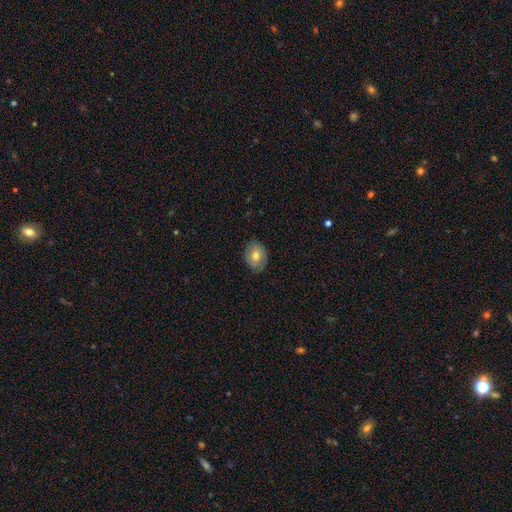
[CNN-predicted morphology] This is likely a smooth galaxy (71%). How rounded: likely in between (66%). Merging: clearly none (82%).